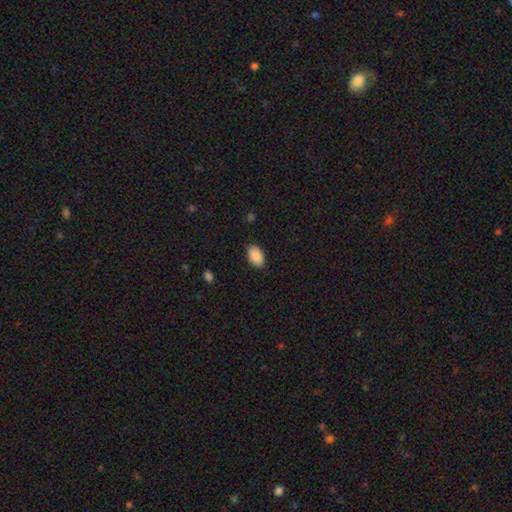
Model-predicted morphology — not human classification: This is clearly a smooth galaxy (90%). How rounded: clearly in between (94%). Merging: clearly none (86%).